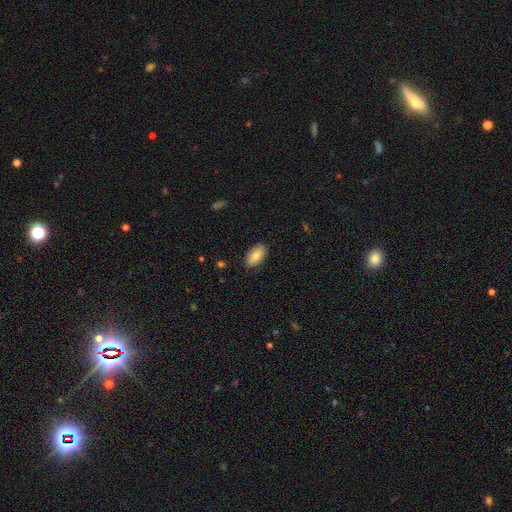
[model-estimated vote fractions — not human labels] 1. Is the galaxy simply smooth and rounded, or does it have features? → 78% smooth, 15% featured or disk, 7% star or artifact.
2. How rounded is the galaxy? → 94% in between, 4% round, 2% cigar-shaped.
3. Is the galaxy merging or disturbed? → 87% none, 10% minor disturbance, 2% major disturbance, 1% merger.